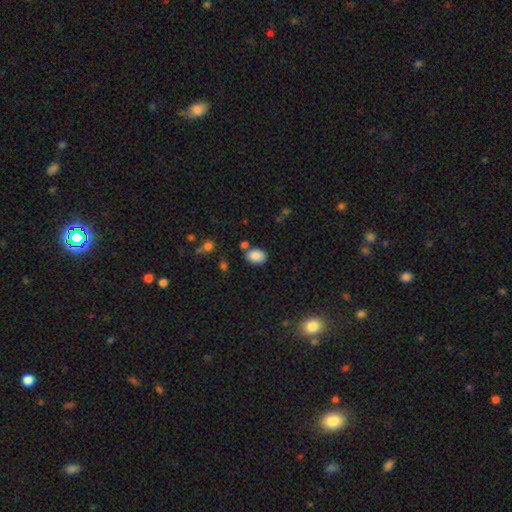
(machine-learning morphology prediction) smooth 87%, star or artifact 8%, featured or disk 5%. Down the decision tree: how rounded — in between (77%); merging — none (74%).